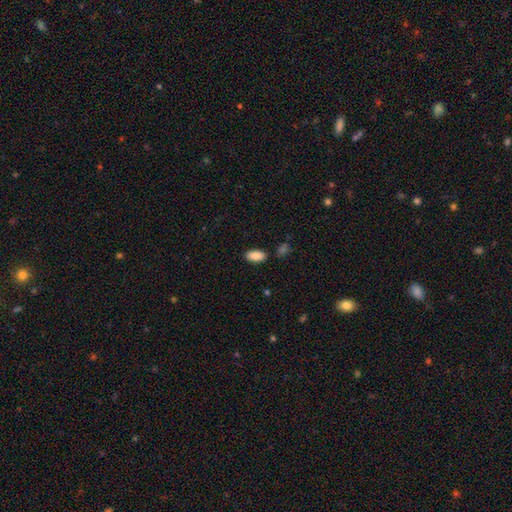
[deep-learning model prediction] The model was most divided on "merging": none: 85%, minor disturbance: 10%, merger: 3%, major disturbance: 2%. More confident: how rounded — in between (91%); smooth or featured — smooth (89%).